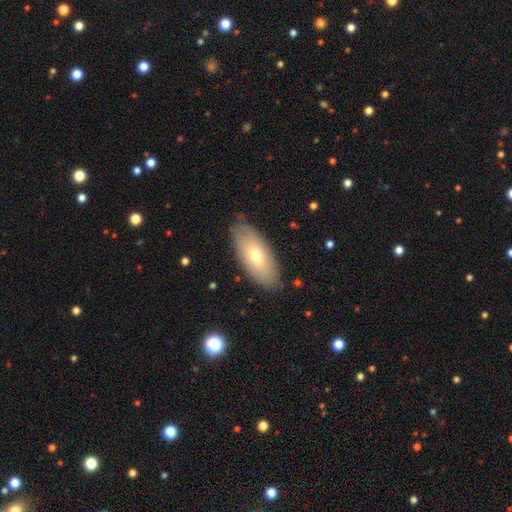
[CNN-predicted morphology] smooth-or-featured: smooth: 66% | featured or disk: 27% | star or artifact: 7%
  how-rounded: in between: 87% | cigar-shaped: 10% | round: 3%
  merging: none: 84% | minor disturbance: 12% | major disturbance: 3% | merger: 1%